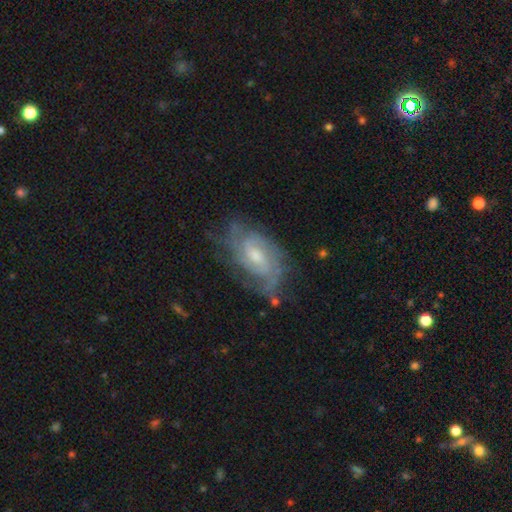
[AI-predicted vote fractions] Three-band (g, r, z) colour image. It shows a featured or disk galaxy (84%) with a weak bar (50%), 2 (39%) tight (52%) spiral arms (95%) and a moderate central bulge (56%). Merging: none (67%).